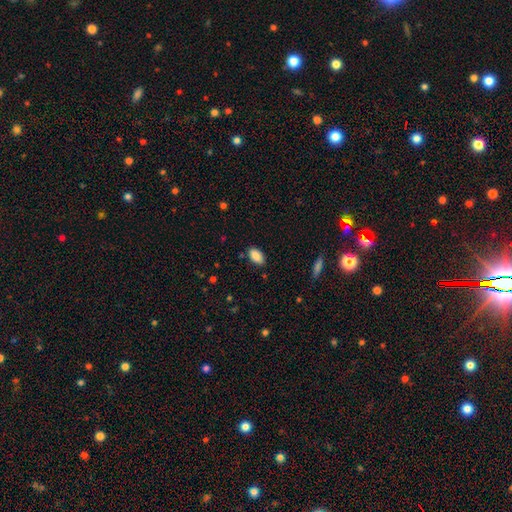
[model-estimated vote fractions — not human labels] Morphology: type=smooth (88%); roundness=in between (93%); merging=none (85%).